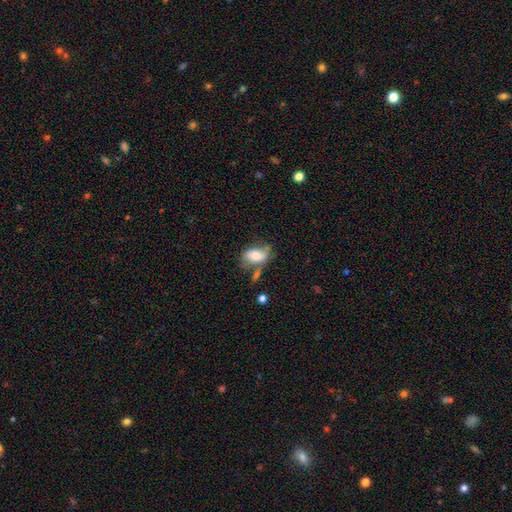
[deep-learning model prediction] smooth_or_featured: smooth (p=0.70) [alt: featured or disk p=0.22]
how_rounded: in between (p=0.88) [alt: round p=0.10]
merging: none (p=0.43) [alt: minor disturbance p=0.26]